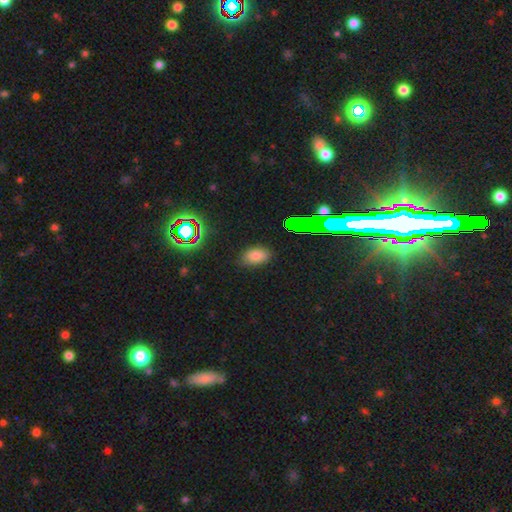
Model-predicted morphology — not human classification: The model was most divided on "smooth or featured": smooth: 75%, star or artifact: 16%, featured or disk: 9%. More confident: how rounded — in between (89%); merging — none (82%).